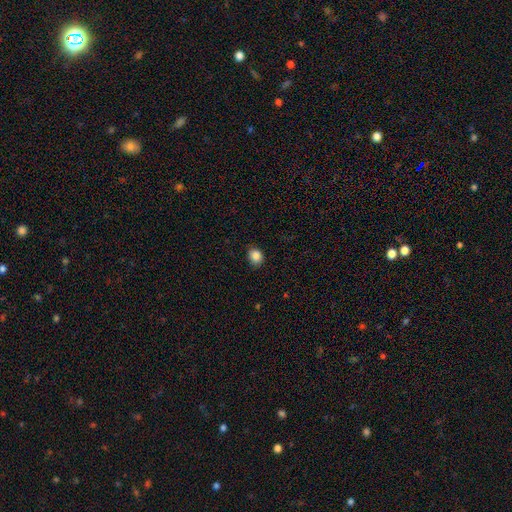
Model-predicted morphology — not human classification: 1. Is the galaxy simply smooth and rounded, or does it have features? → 86% smooth, 10% star or artifact, 5% featured or disk.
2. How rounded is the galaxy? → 60% round, 39% in between, 1% cigar-shaped.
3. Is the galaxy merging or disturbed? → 86% none, 11% minor disturbance, 2% major disturbance, 1% merger.